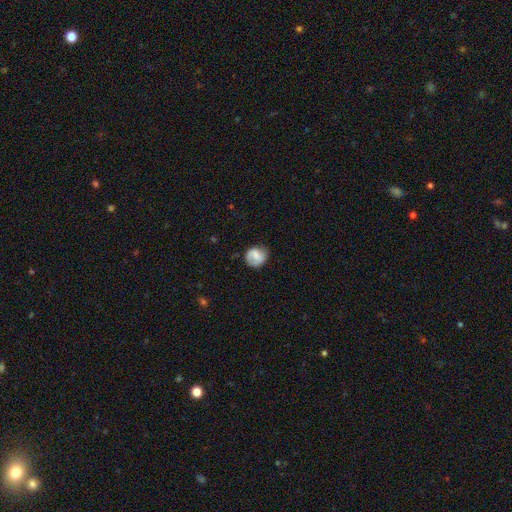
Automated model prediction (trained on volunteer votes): Q: Smooth or featured?
A: smooth (58%); runner-up: featured or disk (34%)
Q: How rounded?
A: round (81%); runner-up: in between (18%)
Q: Merging?
A: none (72%); runner-up: minor disturbance (20%)